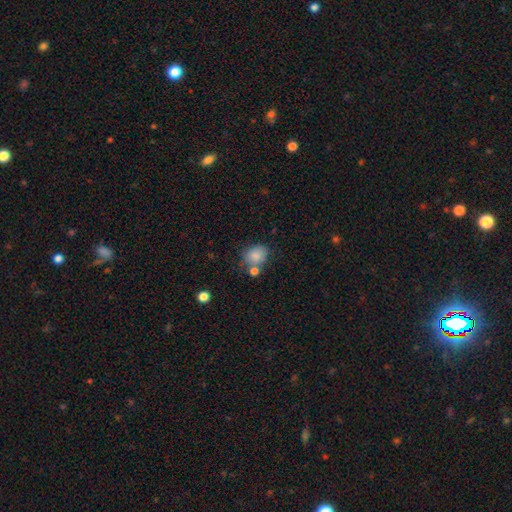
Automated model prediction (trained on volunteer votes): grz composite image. It shows a smooth galaxy with no disk features (83%) that is round (56%). Merging: none (57%).